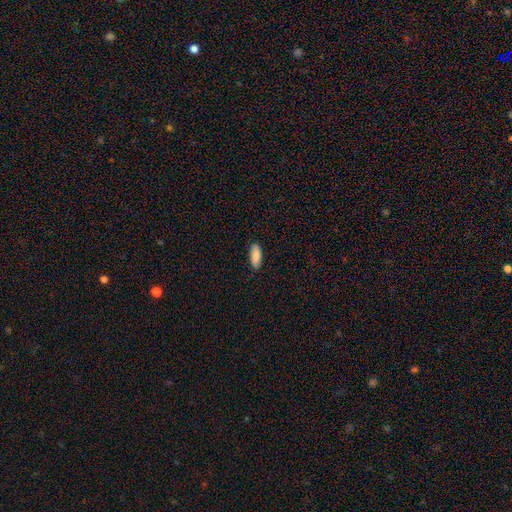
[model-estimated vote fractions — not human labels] Q: Smooth or featured?
A: smooth (87%); runner-up: featured or disk (7%)
Q: How rounded?
A: in between (75%); runner-up: cigar-shaped (23%)
Q: Merging?
A: none (87%); runner-up: minor disturbance (10%)